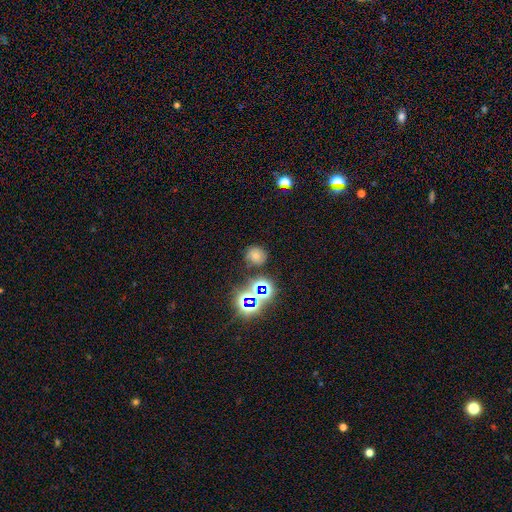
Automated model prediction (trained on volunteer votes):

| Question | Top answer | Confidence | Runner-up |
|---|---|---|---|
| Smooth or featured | smooth | 57% | star or artifact (28%) |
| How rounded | round | 80% | in between (19%) |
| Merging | none | 75% | minor disturbance (15%) |